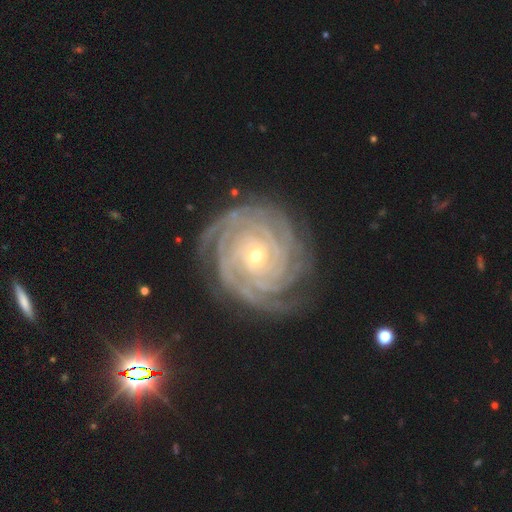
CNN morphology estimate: smooth_or_featured: featured or disk (p=0.91) [alt: star or artifact p=0.05]
disk_edge_on: no (p=0.98) [alt: yes p=0.02]
bar: no (p=0.64) [alt: weak p=0.24]
has_spiral_arms: yes (p=0.99) [alt: no p=0.01]
spiral_winding: tight (p=0.87) [alt: medium p=0.11]
spiral_arm_count: 4 (p=0.27) [alt: more than 4 p=0.22]
bulge_size: small (p=0.68) [alt: moderate p=0.29]
merging: none (p=0.80) [alt: minor disturbance p=0.14]